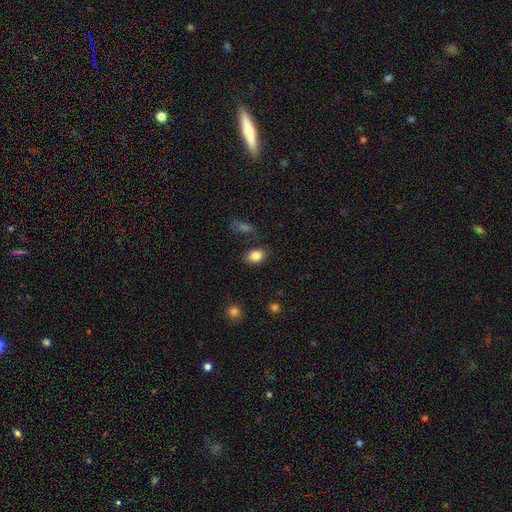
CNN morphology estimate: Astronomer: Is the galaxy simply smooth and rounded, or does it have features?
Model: smooth — 85%.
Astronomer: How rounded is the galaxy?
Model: in between — 76%.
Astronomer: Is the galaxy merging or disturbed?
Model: none — 78%.